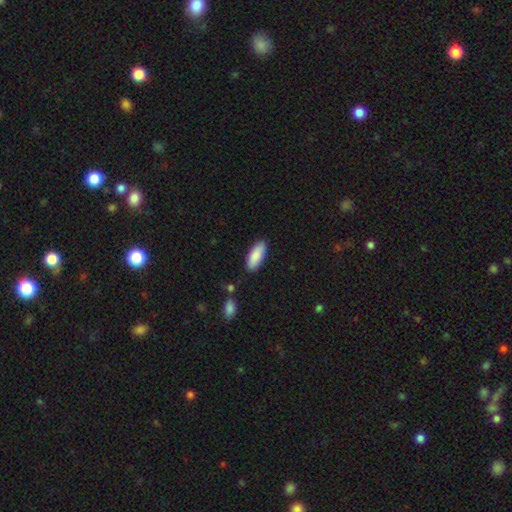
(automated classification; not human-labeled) A smooth galaxy with no disk features (87%) that is in between round and cigar-shaped (76%). Merging: none (85%).